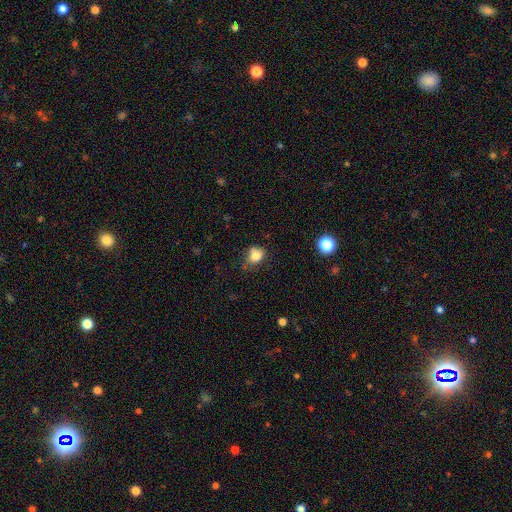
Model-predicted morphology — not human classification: Q: Smooth or featured?
A: smooth (80%); runner-up: star or artifact (11%)
Q: How rounded?
A: round (58%); runner-up: in between (41%)
Q: Merging?
A: none (56%); runner-up: minor disturbance (30%)